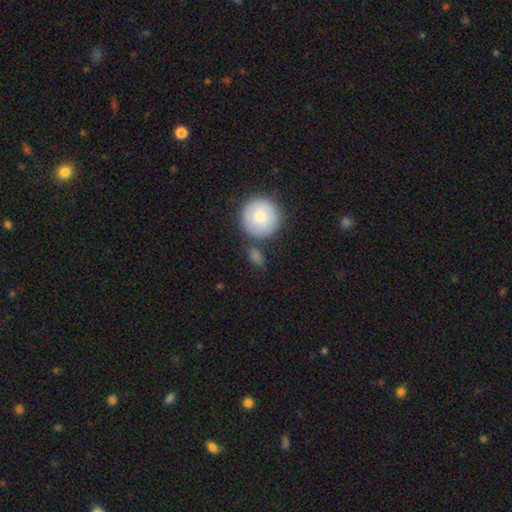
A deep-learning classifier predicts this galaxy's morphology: A smooth galaxy with no disk features (76%) that is round (78%).

Vote fractions:
- Smooth or featured? smooth: 76% / featured or disk: 15% / star or artifact: 8%
- How rounded? round: 78% / in between: 19% / cigar-shaped: 3%
- Merging? none: 65% / merger: 16% / minor disturbance: 15% / major disturbance: 5%